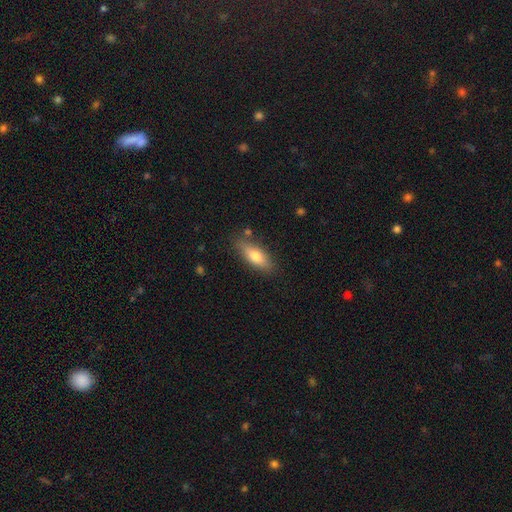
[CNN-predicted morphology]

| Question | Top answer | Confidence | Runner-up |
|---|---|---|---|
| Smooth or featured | smooth | 72% | featured or disk (22%) |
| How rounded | in between | 65% | cigar-shaped (32%) |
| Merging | none | 80% | minor disturbance (14%) |